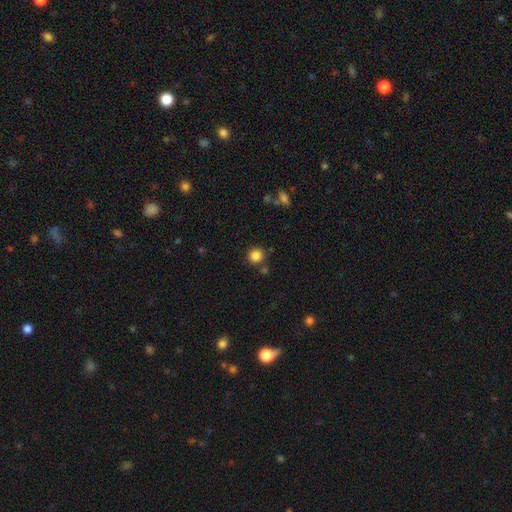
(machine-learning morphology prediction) smooth-or-featured: smooth: 85% | star or artifact: 11% | featured or disk: 4%
  how-rounded: round: 93% | in between: 6% | cigar-shaped: 1%
  merging: none: 82% | minor disturbance: 8% | merger: 7% | major disturbance: 3%